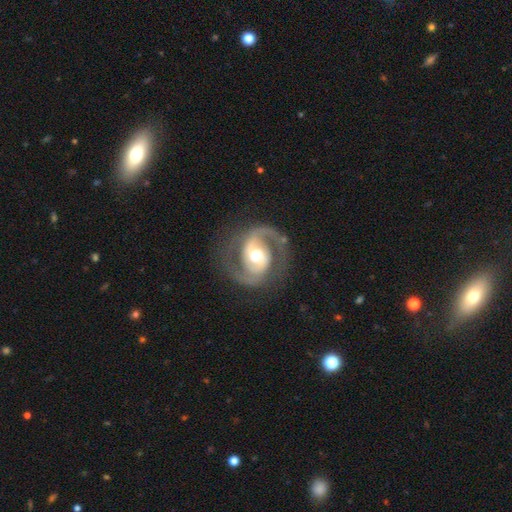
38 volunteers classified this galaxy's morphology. A featured or disk galaxy (89%) with no bar (50%), 2 (97%) tight (39%) spiral arms (91%) and a moderate central bulge (65%). Merging: none (81%).